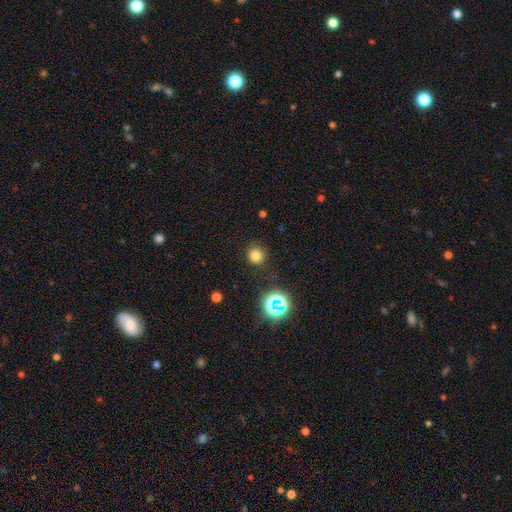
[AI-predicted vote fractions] Q: Smooth or featured?
A: smooth (75%); runner-up: star or artifact (20%)
Q: How rounded?
A: round (91%); runner-up: in between (8%)
Q: Merging?
A: none (86%); runner-up: minor disturbance (9%)